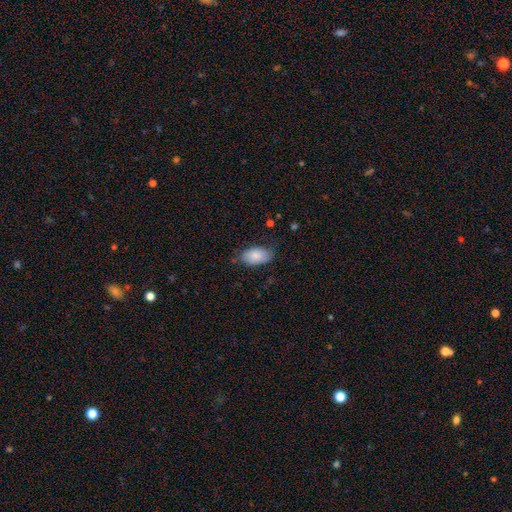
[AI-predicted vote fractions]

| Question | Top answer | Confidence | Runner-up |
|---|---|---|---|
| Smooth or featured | smooth | 83% | featured or disk (10%) |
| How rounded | in between | 94% | round (5%) |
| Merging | none | 69% | minor disturbance (25%) |